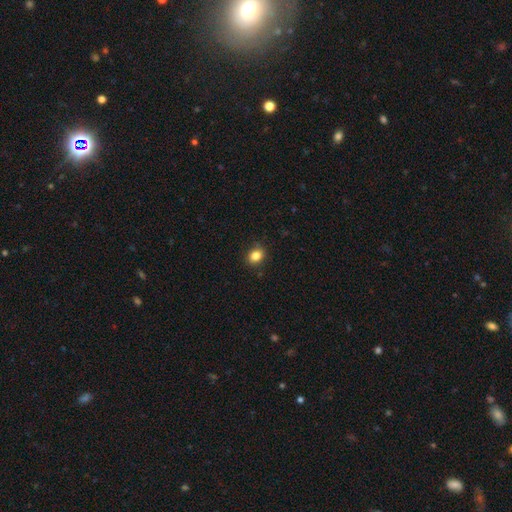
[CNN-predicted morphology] Smooth or featured? smooth (84%)
How rounded? in between (54%)
Merging? none (87%)